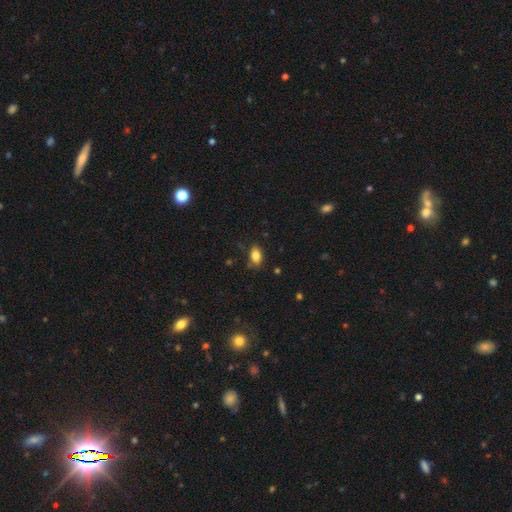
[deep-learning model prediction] A smooth galaxy with no disk features (84%) that is in between round and cigar-shaped (89%).

Vote fractions:
- Smooth or featured? smooth: 84% / star or artifact: 9% / featured or disk: 8%
- How rounded? in between: 89% / round: 8% / cigar-shaped: 3%
- Merging? none: 80% / minor disturbance: 15% / major disturbance: 3% / merger: 2%